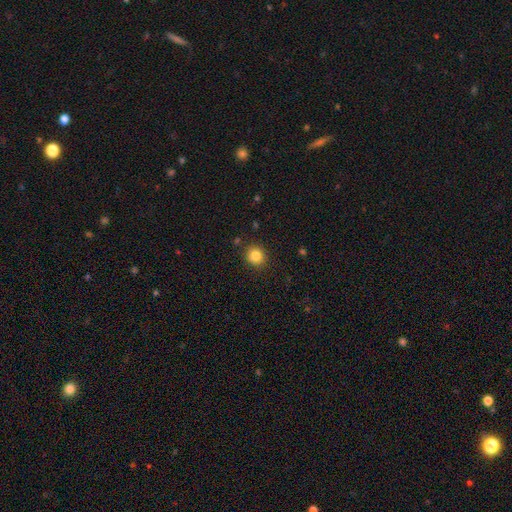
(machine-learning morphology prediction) Smooth or featured? smooth (84%)
How rounded? round (88%)
Merging? none (89%)